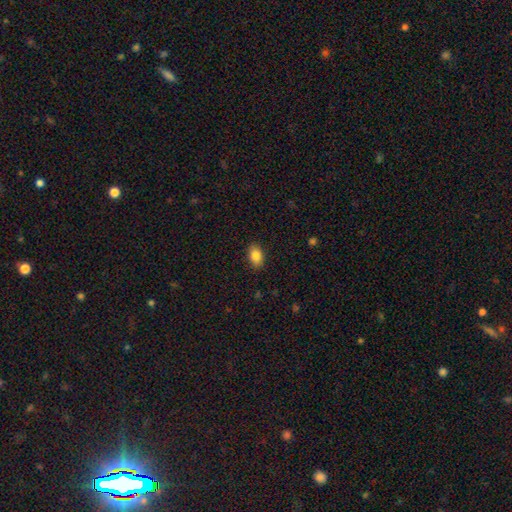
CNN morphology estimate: This is clearly a smooth galaxy (86%). How rounded: clearly in between (87%). Merging: clearly none (88%).